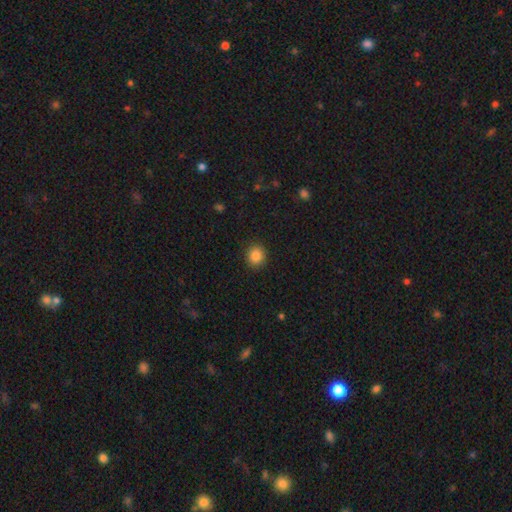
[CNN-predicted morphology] smooth_or_featured: smooth (p=0.86) [alt: star or artifact p=0.10]
how_rounded: round (p=0.82) [alt: in between p=0.17]
merging: none (p=0.91) [alt: minor disturbance p=0.06]